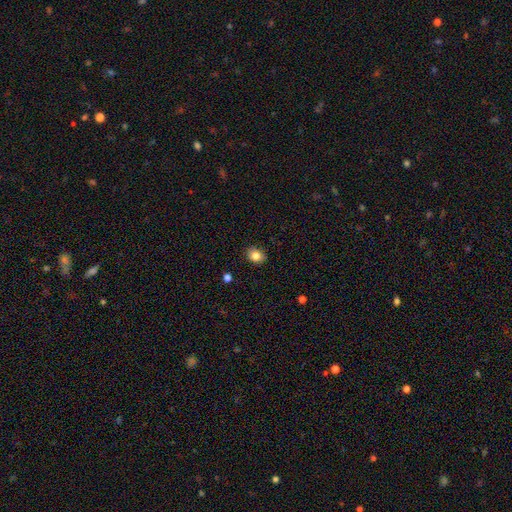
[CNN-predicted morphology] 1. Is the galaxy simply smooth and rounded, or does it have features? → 83% smooth, 10% star or artifact, 7% featured or disk.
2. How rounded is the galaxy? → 50% in between, 49% round, 1% cigar-shaped.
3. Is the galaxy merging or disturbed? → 87% none, 10% minor disturbance, 2% major disturbance, 1% merger.